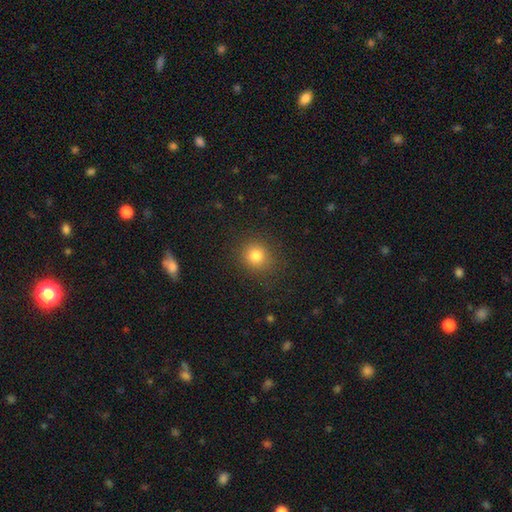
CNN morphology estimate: smooth-or-featured: smooth: 81% | star or artifact: 13% | featured or disk: 6%
  how-rounded: round: 88% | in between: 11% | cigar-shaped: 1%
  merging: none: 87% | minor disturbance: 8% | major disturbance: 4% | merger: 1%